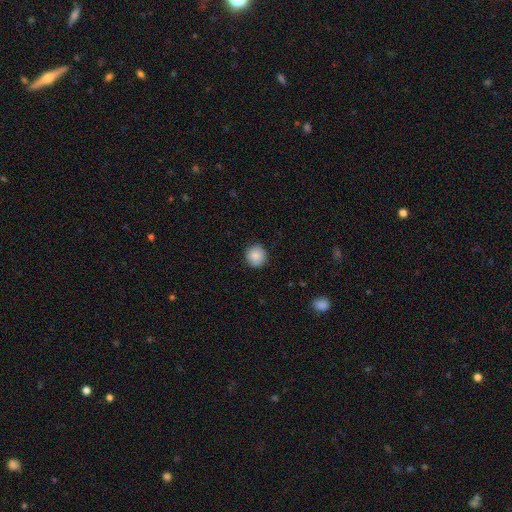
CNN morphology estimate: Smooth or featured? Predicted: smooth (p=0.86). How rounded? Predicted: round (p=0.91). Merging? Predicted: none (p=0.89).